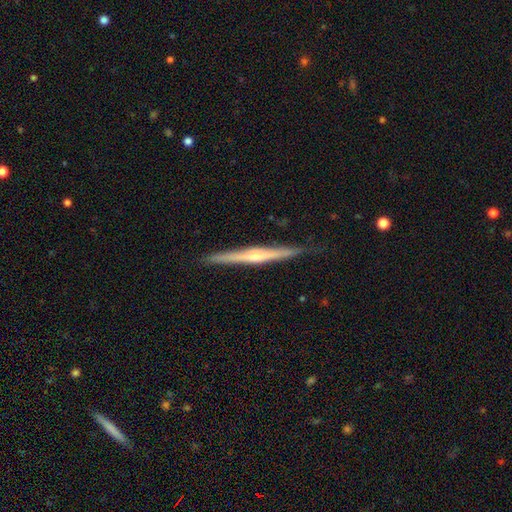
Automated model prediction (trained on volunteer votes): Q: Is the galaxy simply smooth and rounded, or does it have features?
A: featured or disk — 73%.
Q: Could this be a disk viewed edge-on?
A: yes — 98%.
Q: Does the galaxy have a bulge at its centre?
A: rounded — 67%.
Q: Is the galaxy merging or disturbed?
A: none — 87%.